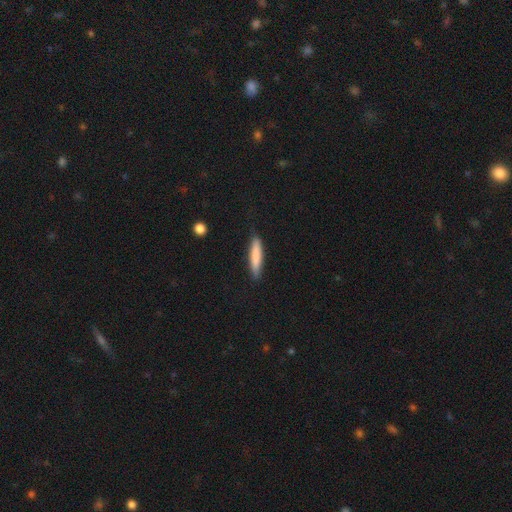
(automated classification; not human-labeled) Smooth or featured: smooth — 81% (featured or disk — 14%)
How rounded: cigar-shaped — 87% (in between — 12%)
Merging: none — 86% (minor disturbance — 11%)